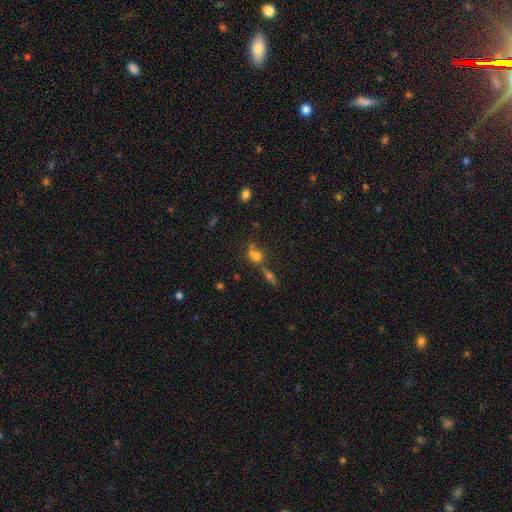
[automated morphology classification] type=smooth (66%); roundness=round (51%); merging=merger (45%).